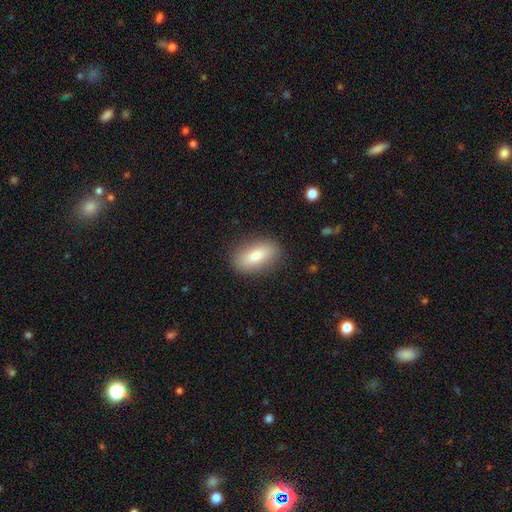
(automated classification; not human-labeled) The model was most divided on "smooth or featured": smooth: 80%, featured or disk: 13%, star or artifact: 7%. More confident: merging — none (87%); how rounded — in between (86%).